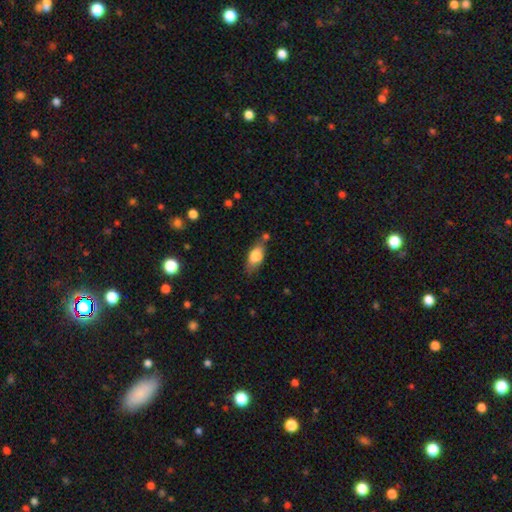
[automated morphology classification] Overall: smooth (73%). How rounded: in between (81%). Merging: none (70%).